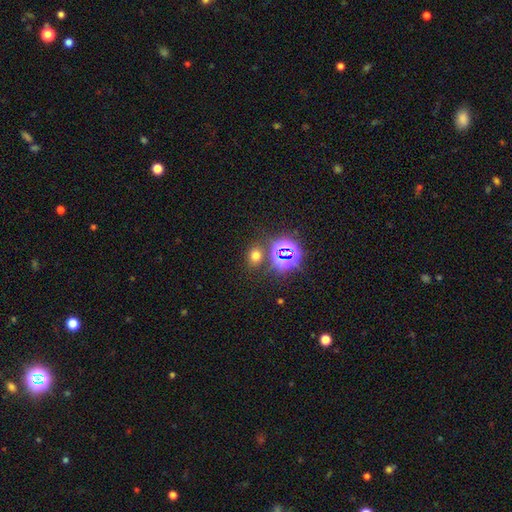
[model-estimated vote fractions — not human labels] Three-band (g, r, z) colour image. It shows a smooth galaxy with no disk features (59%) that is round (51%). Merging: none (79%).